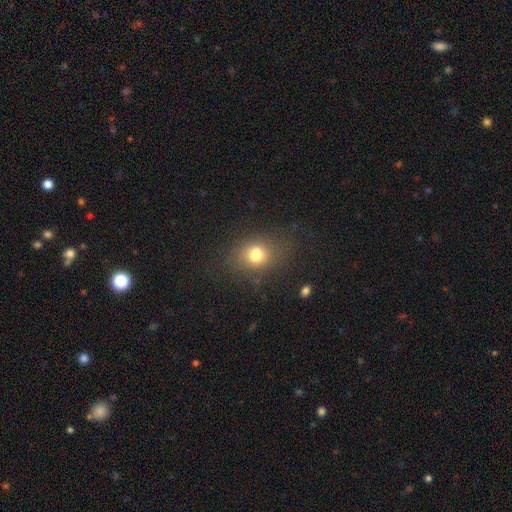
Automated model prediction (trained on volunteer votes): smooth 73%, star or artifact 14%, featured or disk 12%. Down the decision tree: how rounded — round (51%); merging — none (69%).